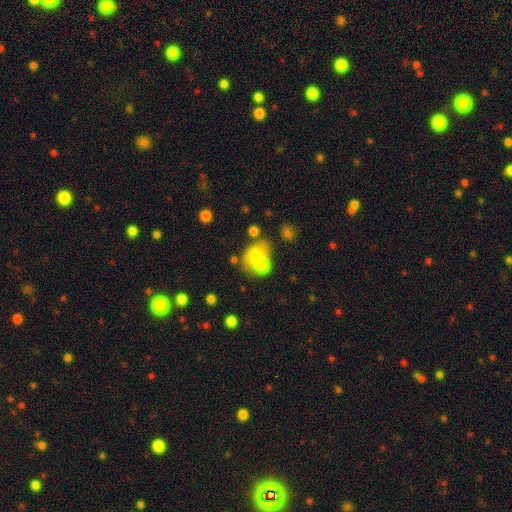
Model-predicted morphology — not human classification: smooth 69%, featured or disk 20%, star or artifact 11%. Down the decision tree: how rounded — round (50%); merging — merger (56%).